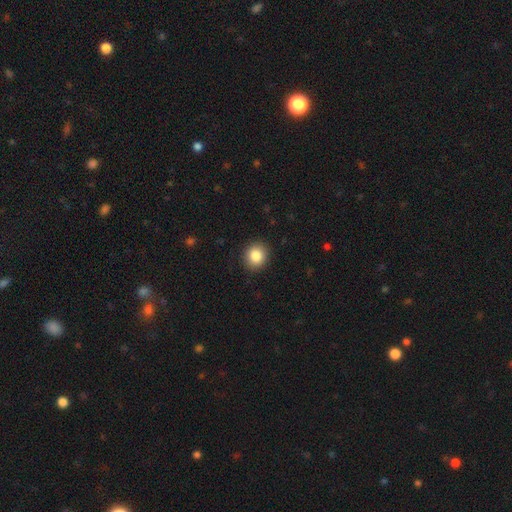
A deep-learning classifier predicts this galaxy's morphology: Overall: smooth (86%). How rounded: round (85%). Merging: none (91%).